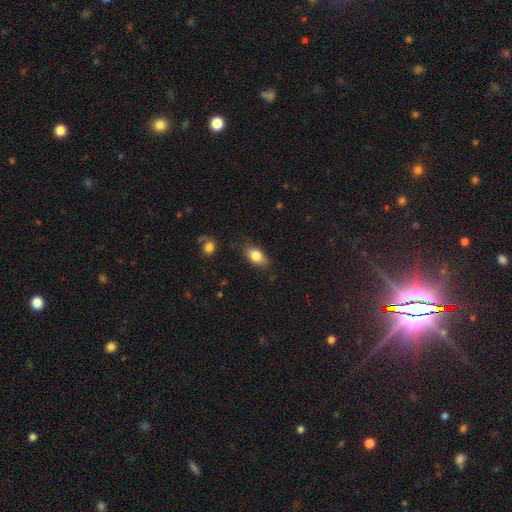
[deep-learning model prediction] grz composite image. It shows a smooth galaxy with no disk features (81%) that is in between round and cigar-shaped (87%). Merging: none (78%).